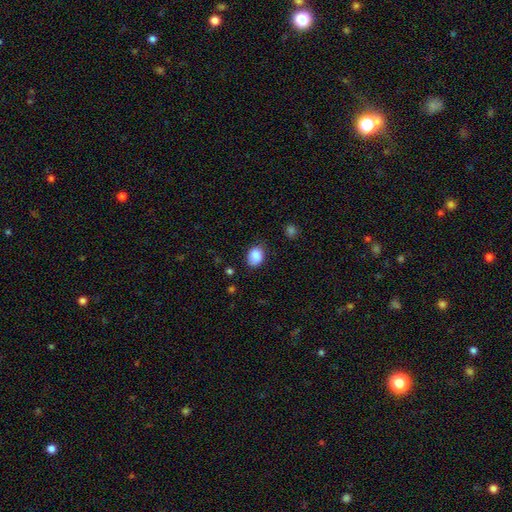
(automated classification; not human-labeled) smooth_or_featured: smooth (p=0.85) [alt: star or artifact p=0.08]
how_rounded: in between (p=0.58) [alt: round p=0.41]
merging: none (p=0.67) [alt: minor disturbance p=0.26]